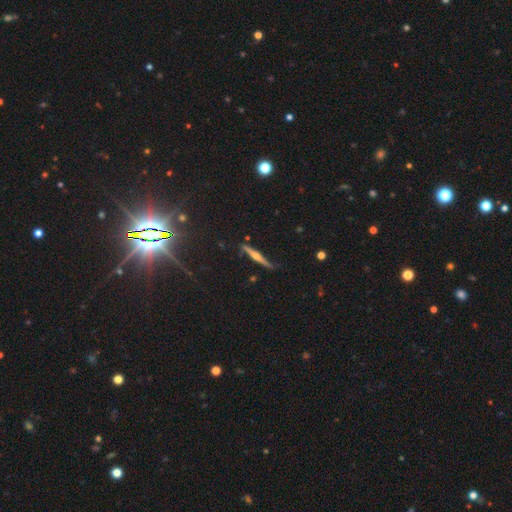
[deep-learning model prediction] Q: Smooth or featured?
A: featured or disk (71%); runner-up: smooth (21%)
Q: Edge-on disk?
A: yes (97%); runner-up: no (3%)
Q: Edge-on bulge?
A: rounded (85%); runner-up: none (8%)
Q: Merging?
A: none (82%); runner-up: minor disturbance (14%)